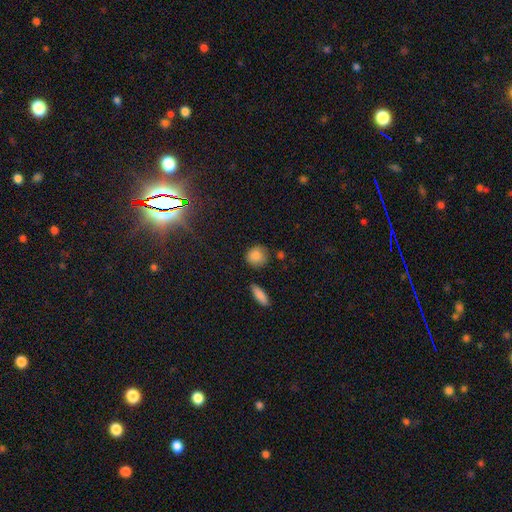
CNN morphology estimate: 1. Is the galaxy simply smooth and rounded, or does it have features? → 86% smooth, 9% star or artifact, 5% featured or disk.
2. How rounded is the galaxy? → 81% round, 17% in between, 2% cigar-shaped.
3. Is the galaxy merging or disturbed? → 76% none, 17% minor disturbance, 4% merger, 4% major disturbance.